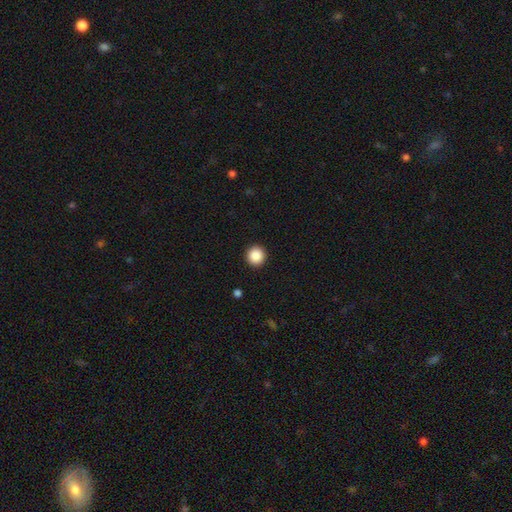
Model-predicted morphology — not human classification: Smooth or featured?
  - smooth: 88% *
  - star or artifact: 9%
  - featured or disk: 3%
How rounded?
  - round: 95% *
  - in between: 4%
  - cigar-shaped: 1%
Merging?
  - none: 93% *
  - minor disturbance: 4%
  - major disturbance: 2%
  - merger: 1%